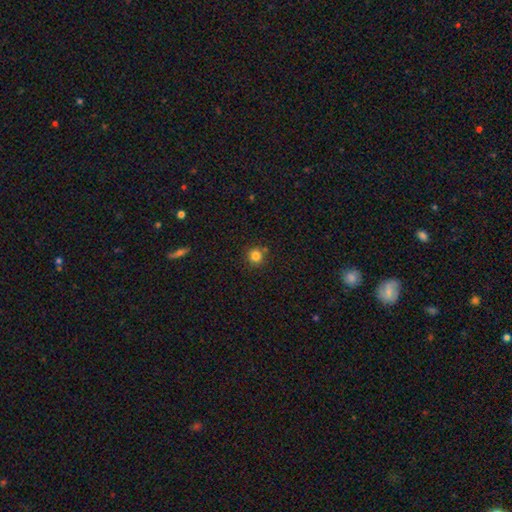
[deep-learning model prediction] Morphology: type=smooth (82%); roundness=round (94%); merging=none (81%).